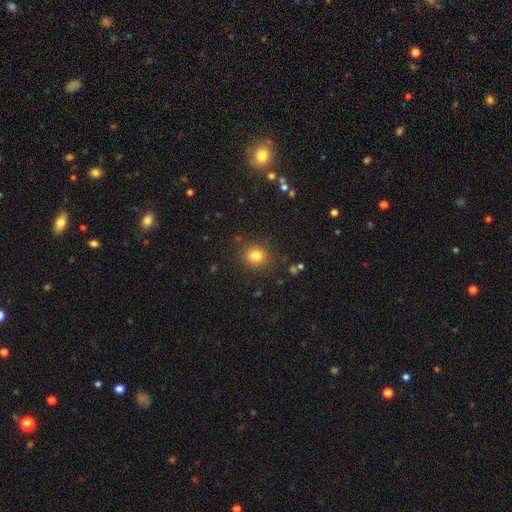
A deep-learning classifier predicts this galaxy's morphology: Q: Smooth or featured?
A: smooth (81%); runner-up: star or artifact (13%)
Q: How rounded?
A: round (86%); runner-up: in between (14%)
Q: Merging?
A: none (87%); runner-up: minor disturbance (8%)